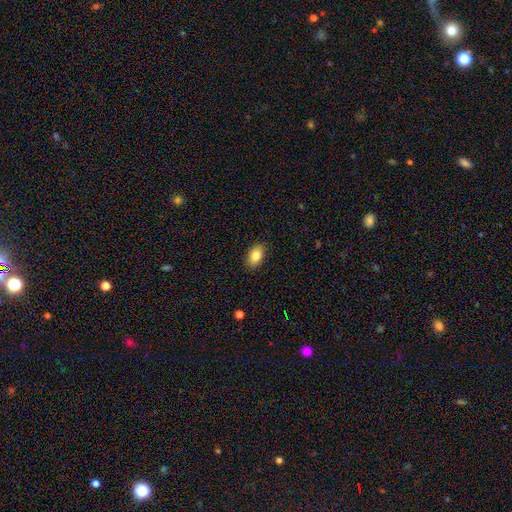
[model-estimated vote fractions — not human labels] Q: Smooth or featured?
A: smooth (84%); runner-up: featured or disk (8%)
Q: How rounded?
A: in between (90%); runner-up: round (9%)
Q: Merging?
A: none (89%); runner-up: minor disturbance (8%)